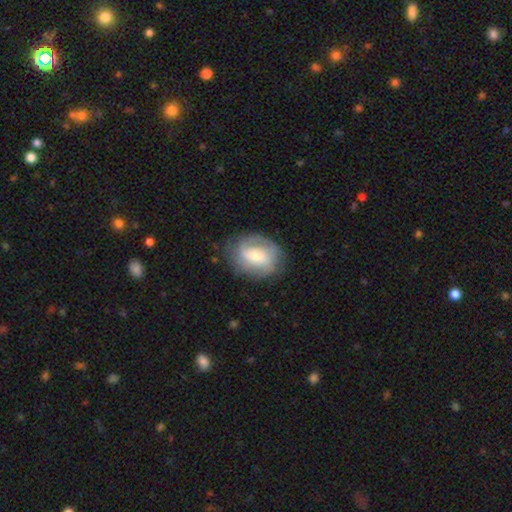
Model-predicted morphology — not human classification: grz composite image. It shows a featured or disk galaxy (61%) with a weak bar (45%), spiral arms (81%) and a moderate central bulge (47%). Merging: none (75%).